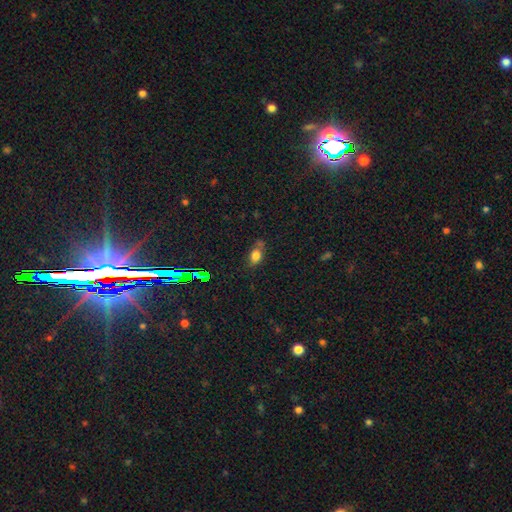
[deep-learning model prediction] Smooth or featured? smooth (77%)
How rounded? in between (74%)
Merging? none (57%)